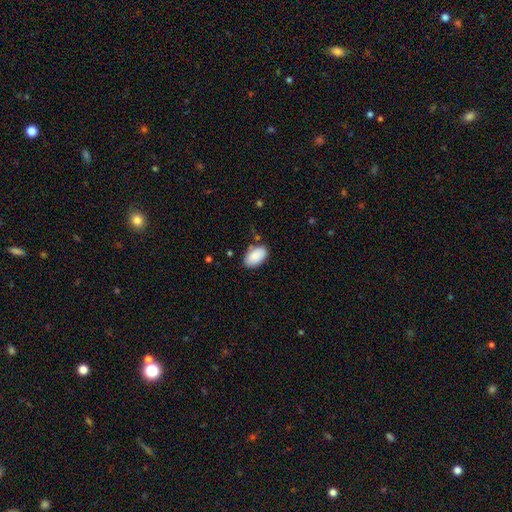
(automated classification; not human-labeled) Smooth or featured: smooth — 89% (star or artifact — 6%)
How rounded: in between — 94% (round — 4%)
Merging: none — 79% (minor disturbance — 15%)